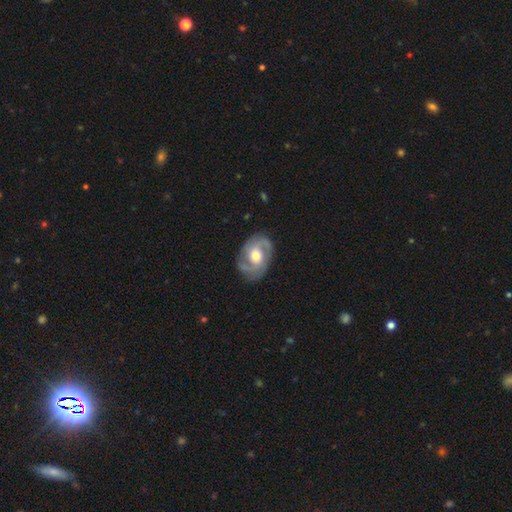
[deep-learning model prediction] smooth_or_featured: featured or disk (p=0.81) [alt: smooth p=0.14]
disk_edge_on: no (p=0.97) [alt: yes p=0.03]
bar: no (p=0.60) [alt: weak p=0.33]
has_spiral_arms: yes (p=0.92) [alt: no p=0.08]
spiral_winding: medium (p=0.44) [alt: tight p=0.42]
spiral_arm_count: 2 (p=0.68) [alt: 3 p=0.13]
bulge_size: moderate (p=0.74) [alt: small p=0.14]
merging: none (p=0.79) [alt: minor disturbance p=0.15]